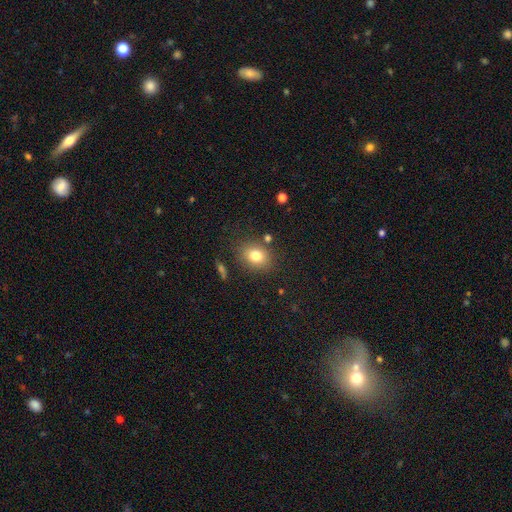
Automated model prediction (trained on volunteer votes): A smooth galaxy with no disk features (79%) that is round (50%). Merging: none (81%).